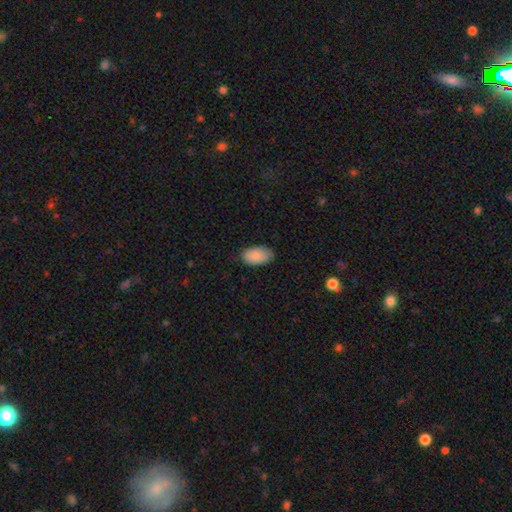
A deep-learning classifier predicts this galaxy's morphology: type=smooth (87%); roundness=in between (94%); merging=none (79%).